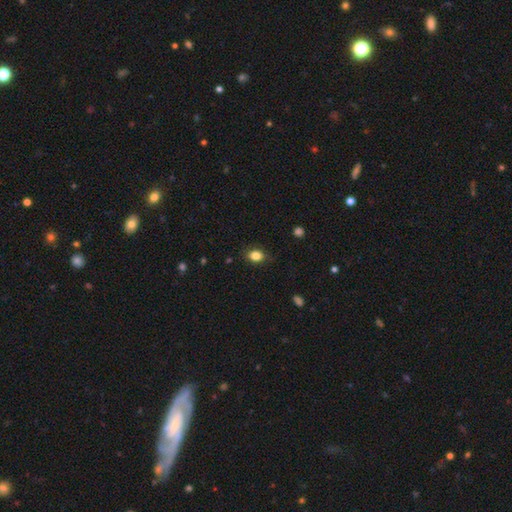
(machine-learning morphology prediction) smooth 84%, star or artifact 10%, featured or disk 6%. Down the decision tree: how rounded — in between (65%); merging — none (82%).